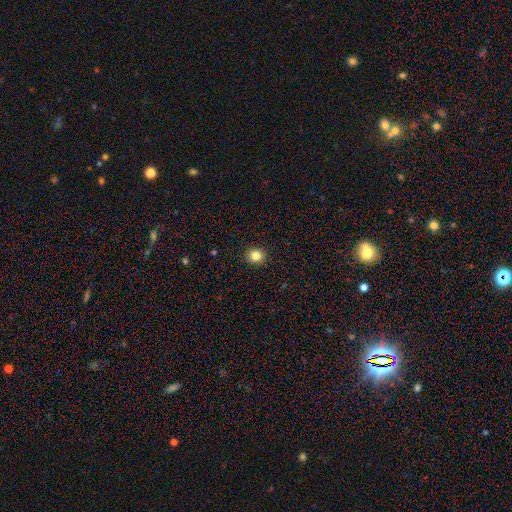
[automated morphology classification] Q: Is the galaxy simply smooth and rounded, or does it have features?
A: smooth — 84%.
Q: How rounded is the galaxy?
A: round — 81%.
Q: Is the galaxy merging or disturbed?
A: none — 92%.